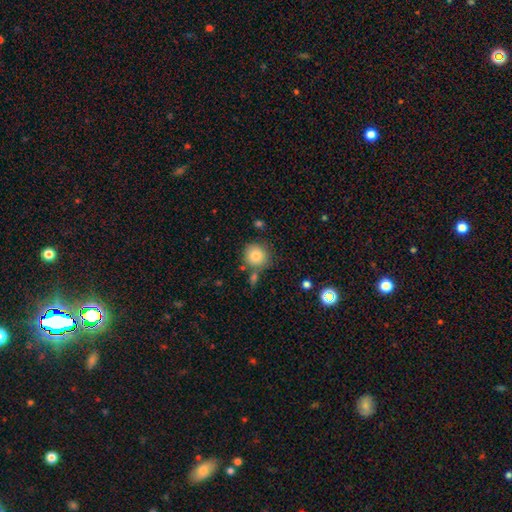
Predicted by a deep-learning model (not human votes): Smooth or featured: smooth — 83% (star or artifact — 10%)
How rounded: round — 90% (in between — 9%)
Merging: none — 75% (minor disturbance — 12%)